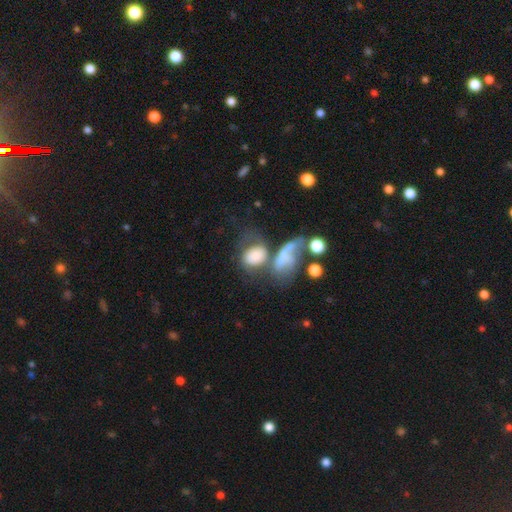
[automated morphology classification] Smooth or featured? smooth (65%)
How rounded? in between (60%)
Merging? merger (42%)